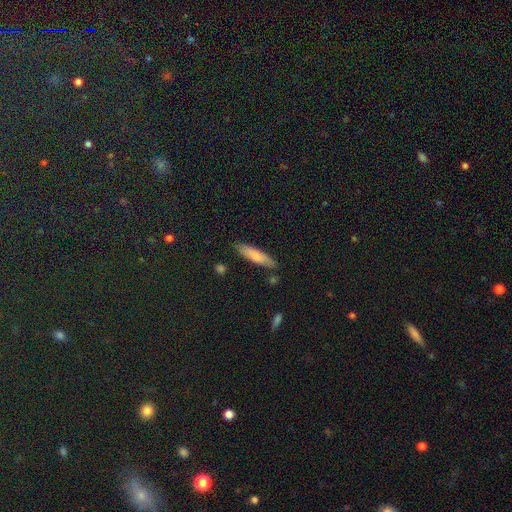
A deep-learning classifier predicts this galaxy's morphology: smooth-or-featured: smooth: 75% | featured or disk: 19% | star or artifact: 6%
  how-rounded: cigar-shaped: 77% | in between: 21% | round: 2%
  merging: none: 84% | minor disturbance: 12% | merger: 2% | major disturbance: 2%